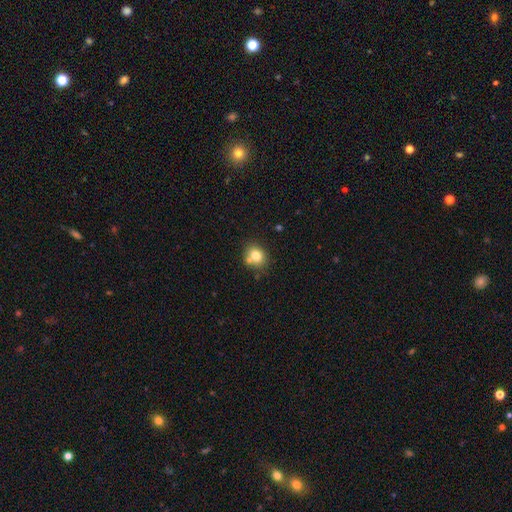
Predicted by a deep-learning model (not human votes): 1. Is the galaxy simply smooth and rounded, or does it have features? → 76% smooth, 13% featured or disk, 11% star or artifact.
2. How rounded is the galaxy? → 65% round, 34% in between, 1% cigar-shaped.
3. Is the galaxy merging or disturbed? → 64% none, 19% merger, 13% minor disturbance, 4% major disturbance.